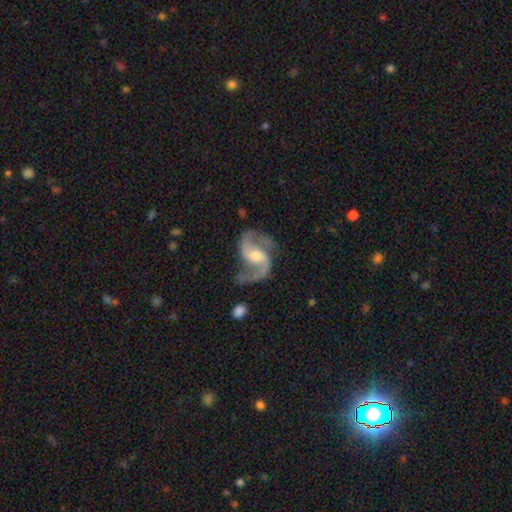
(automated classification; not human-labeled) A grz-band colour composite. It shows a featured or disk galaxy (92%) with a weak bar (46%), 2 (92%) medium (48%) spiral arms (98%) and a moderate central bulge (58%). Merging: none (71%).